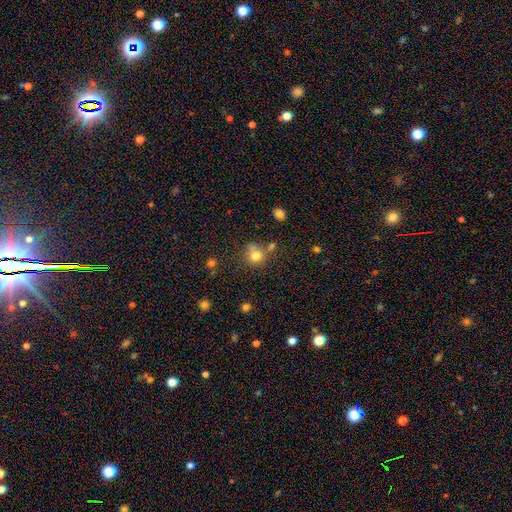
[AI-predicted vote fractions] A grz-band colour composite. It shows a smooth galaxy with no disk features (77%) that is round (85%). Merging: none (59%).